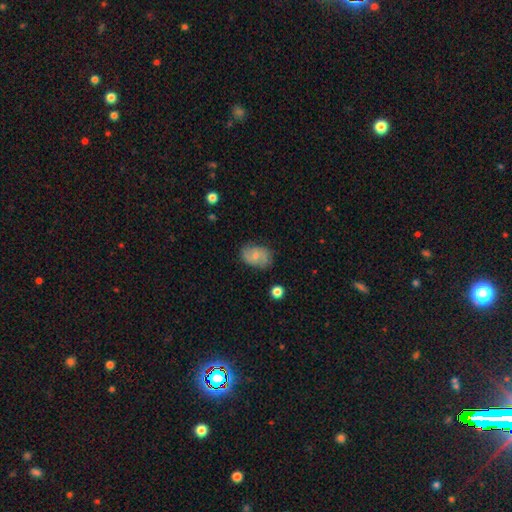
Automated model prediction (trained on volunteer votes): Smooth or featured? smooth (52%)
How rounded? in between (79%)
Merging? none (73%)